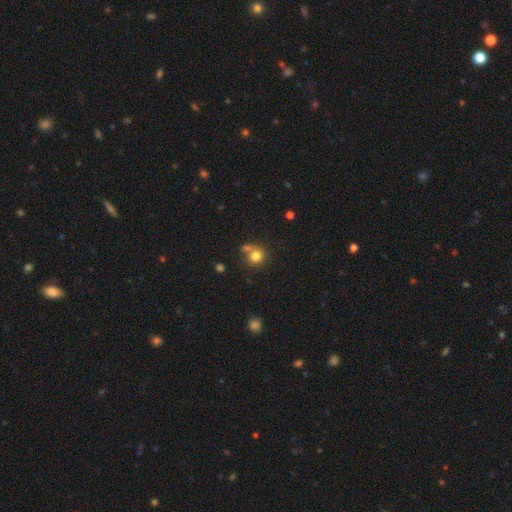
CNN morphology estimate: Q: Smooth or featured?
A: smooth (79%); runner-up: star or artifact (12%)
Q: How rounded?
A: round (87%); runner-up: in between (12%)
Q: Merging?
A: none (59%); runner-up: merger (22%)